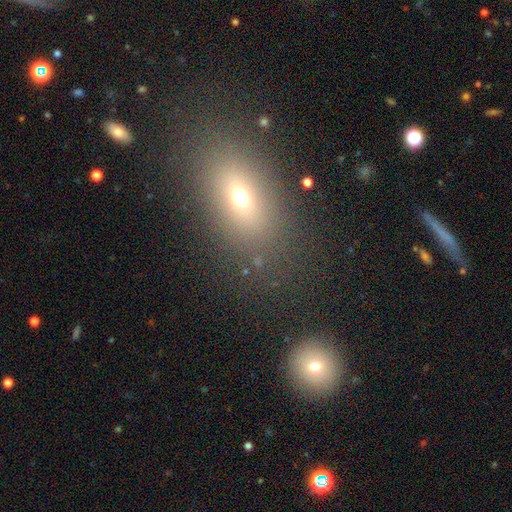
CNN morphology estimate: This appears to be a smooth galaxy with no disk features (60%) that is in between round and cigar-shaped (75%). Merging: none (81%).